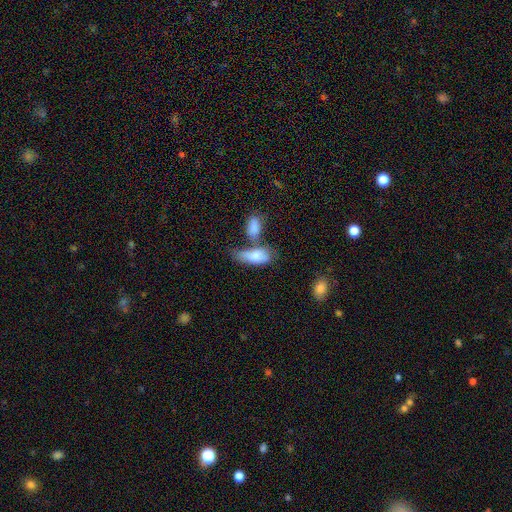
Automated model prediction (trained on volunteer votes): Smooth or featured? smooth (76%)
How rounded? in between (83%)
Merging? merger (41%)